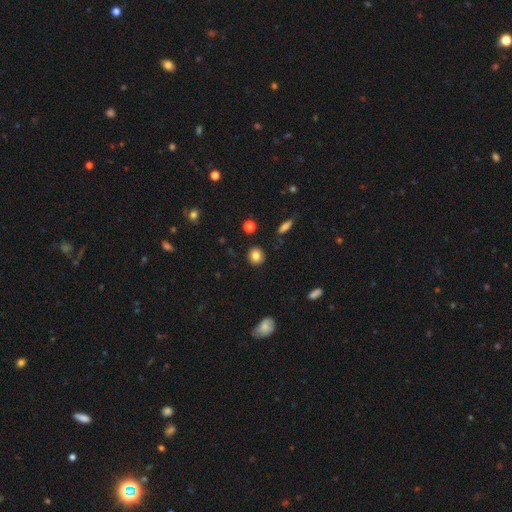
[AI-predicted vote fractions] This appears to be a smooth galaxy with no disk features (83%) that is round (84%). Merging: none (90%).